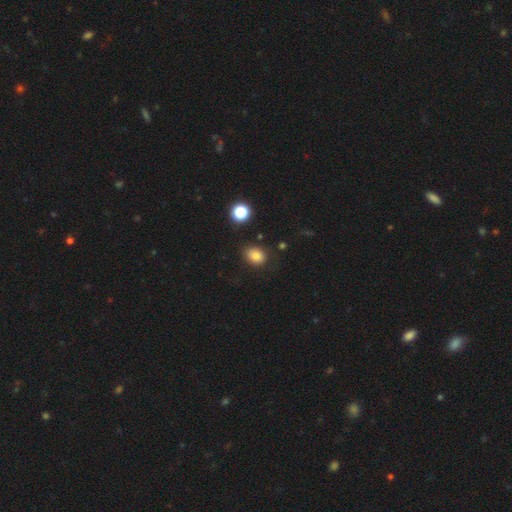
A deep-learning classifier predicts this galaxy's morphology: This is clearly a smooth galaxy (81%). How rounded: likely in between (62%). Merging: likely none (78%).